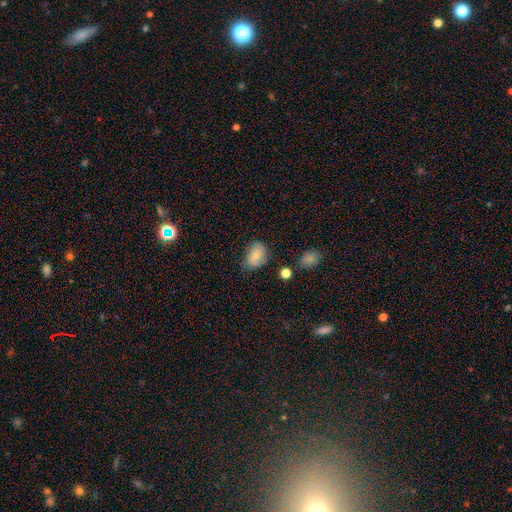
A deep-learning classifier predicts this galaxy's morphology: smooth-or-featured: smooth: 73% | featured or disk: 18% | star or artifact: 9%
  how-rounded: in between: 79% | round: 19% | cigar-shaped: 1%
  merging: none: 65% | minor disturbance: 26% | major disturbance: 7% | merger: 3%